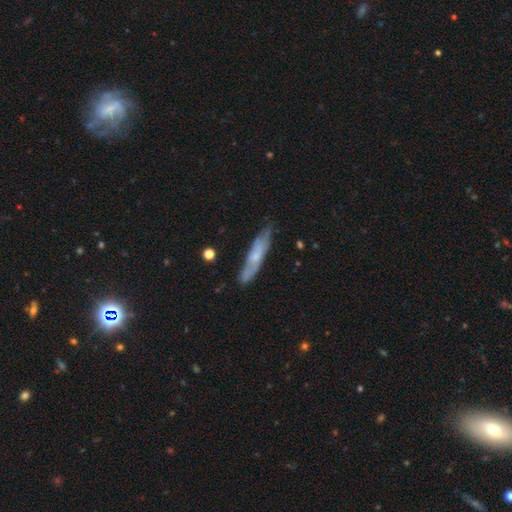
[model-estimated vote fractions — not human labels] This is possibly a smooth galaxy (48%). Merging: likely none (74%).